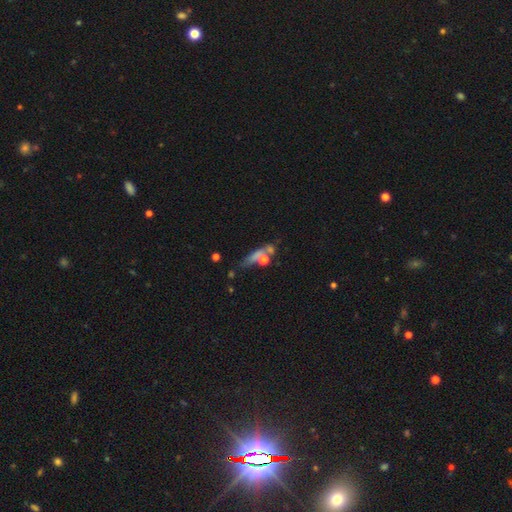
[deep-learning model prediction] smooth_or_featured: featured or disk (p=0.41) [alt: smooth p=0.39]
merging: none (p=0.45) [alt: merger p=0.23]